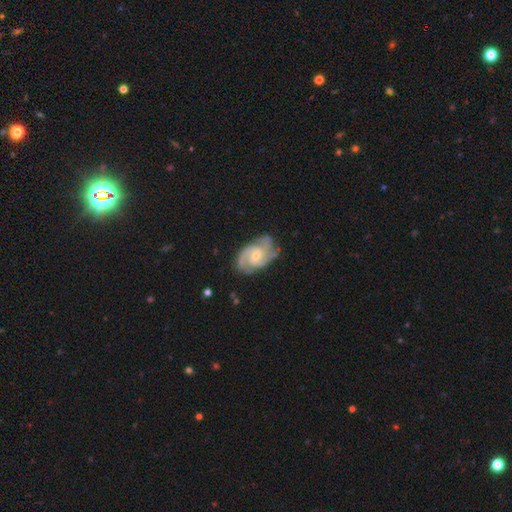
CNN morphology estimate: The model was most divided on "bulge size": small: 50%, moderate: 46%, large: 2%, none: 1%, dominant: 1%. Remaining: edge-on disk — no (97%); spiral arms — yes (97%); smooth or featured — featured or disk (86%); merging — none (73%); bar — no (54%); spiral winding — medium (47%); spiral arm count — 2 (47%).